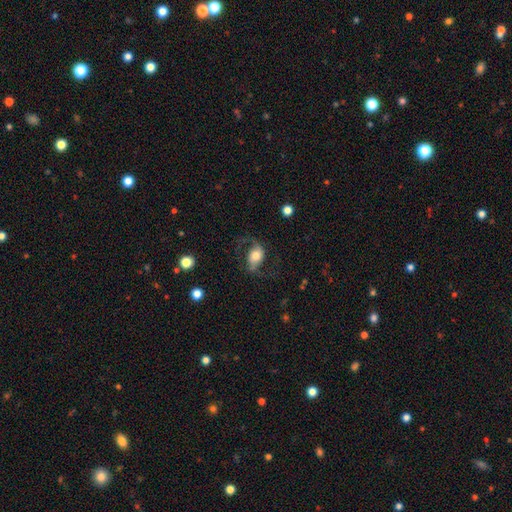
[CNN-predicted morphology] featured or disk 59%, smooth 33%, star or artifact 8%. Down the decision tree: edge-on disk — no (95%); bar — no (55%); spiral arms — yes (86%); bulge size — moderate (58%); merging — none (60%).